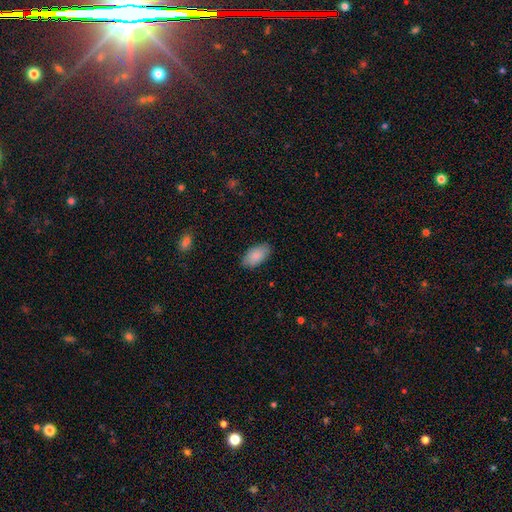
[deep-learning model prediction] The model was most divided on "merging": none: 85%, minor disturbance: 11%, major disturbance: 2%, merger: 1%. More confident: how rounded — in between (94%); smooth or featured — smooth (88%).